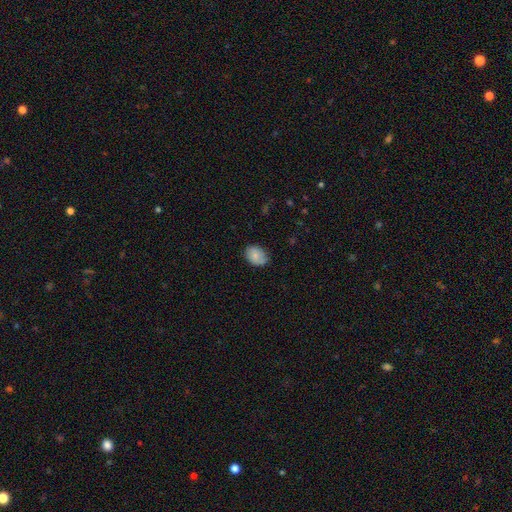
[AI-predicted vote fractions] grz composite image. It shows a smooth galaxy with no disk features (77%) that is in between round and cigar-shaped (75%). Merging: none (66%).